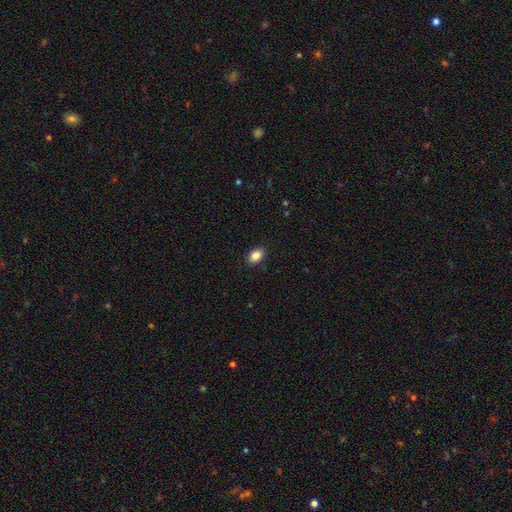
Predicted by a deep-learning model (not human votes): Overall: smooth (87%). How rounded: in between (85%). Merging: none (89%).